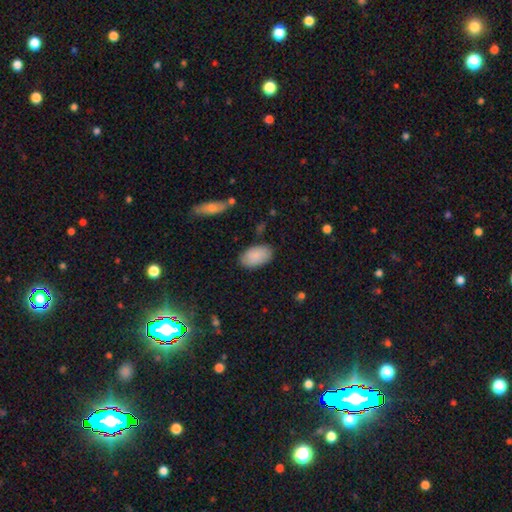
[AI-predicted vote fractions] Q: Smooth or featured?
A: smooth (88%); runner-up: featured or disk (6%)
Q: How rounded?
A: in between (94%); runner-up: round (5%)
Q: Merging?
A: none (84%); runner-up: minor disturbance (12%)